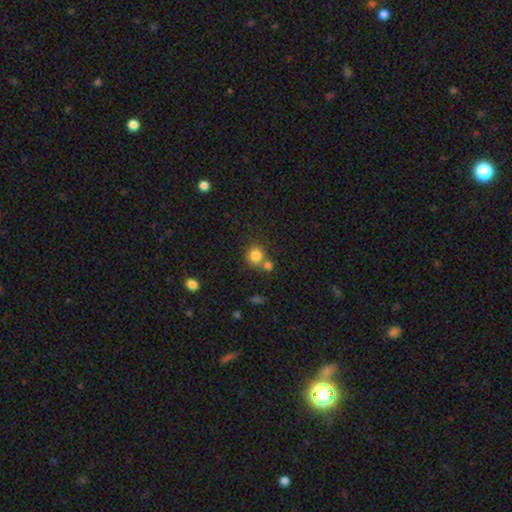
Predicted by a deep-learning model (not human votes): A smooth galaxy with no disk features (82%) that is round (89%). Merging: none (59%).